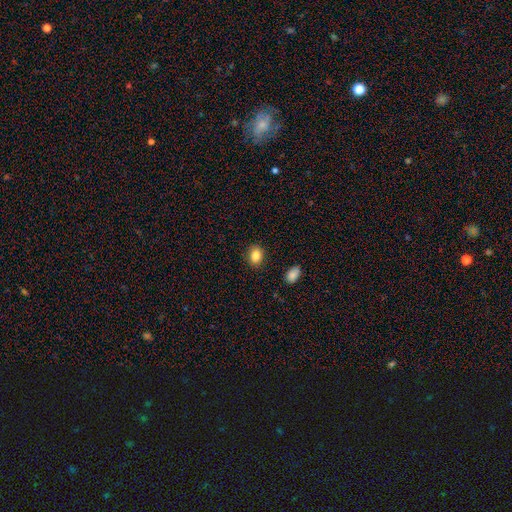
Smooth or featured? 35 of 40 (88%) said smooth. How rounded? 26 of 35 (74%) said in between. Merging? 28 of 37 (76%) said none.